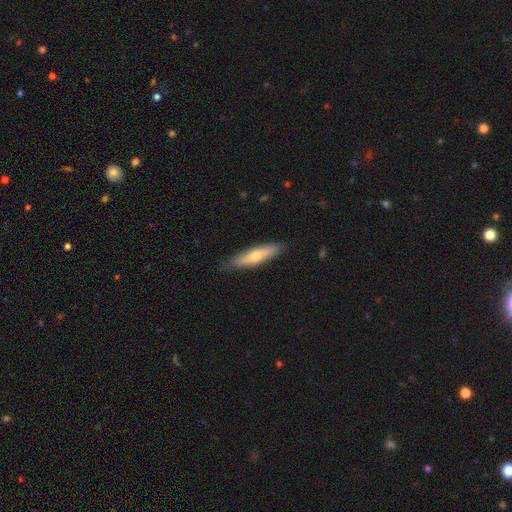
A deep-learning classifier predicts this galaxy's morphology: This appears to be a smooth galaxy with no disk features (58%) that is cigar-shaped (74%). Merging: none (80%).